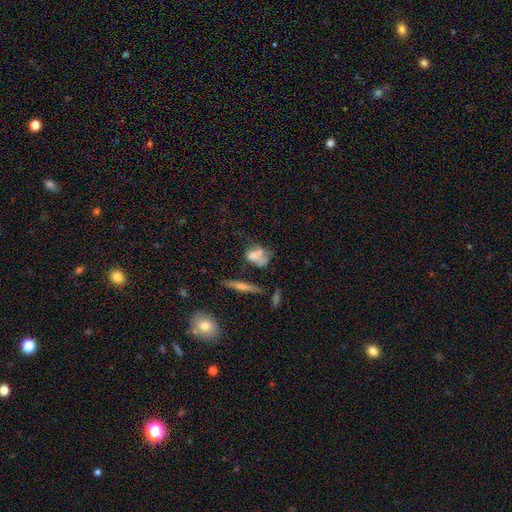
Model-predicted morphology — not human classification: The model was most divided on "merging": none: 31%, merger: 28%, major disturbance: 22%, minor disturbance: 20%. More confident: how rounded — in between (65%); smooth or featured — smooth (55%).